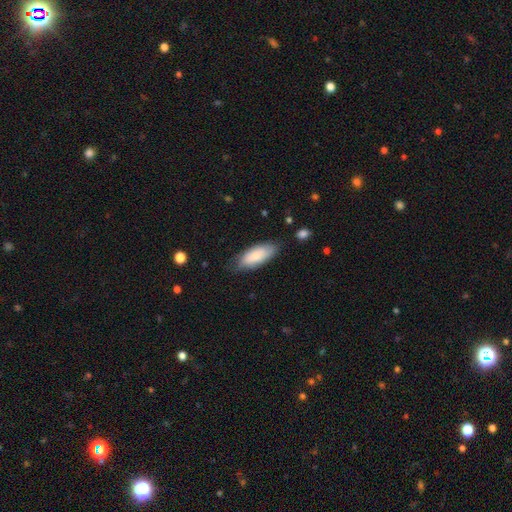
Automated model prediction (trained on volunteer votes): A smooth galaxy with no disk features (76%) that is in between round and cigar-shaped (82%).

Vote fractions:
- Smooth or featured? smooth: 76% / featured or disk: 18% / star or artifact: 6%
- How rounded? in between: 82% / cigar-shaped: 16% / round: 2%
- Merging? none: 72% / minor disturbance: 22% / major disturbance: 4% / merger: 2%